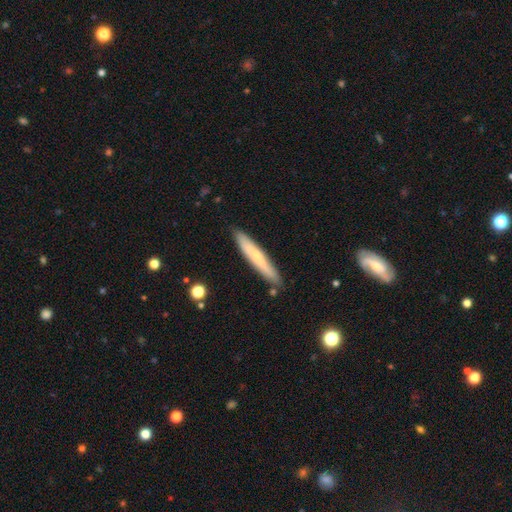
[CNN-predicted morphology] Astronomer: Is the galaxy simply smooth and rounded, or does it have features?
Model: smooth — 58% (runner-up: featured or disk, 37%).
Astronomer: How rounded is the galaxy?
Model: cigar-shaped — 94%.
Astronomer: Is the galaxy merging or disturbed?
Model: none — 87%.